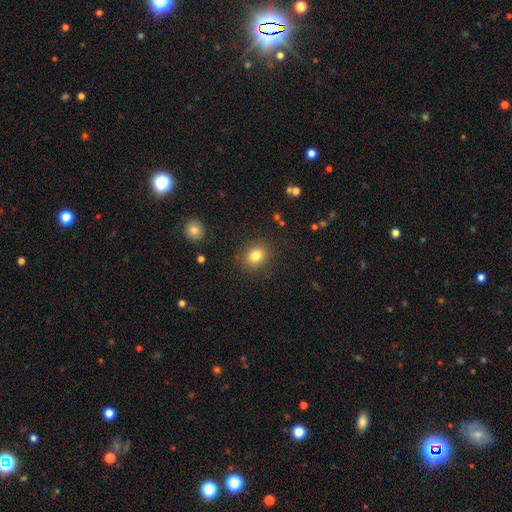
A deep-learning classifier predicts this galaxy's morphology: The model was most divided on "how rounded": round: 64%, in between: 35%, cigar-shaped: 1%. More confident: merging — none (87%); smooth or featured — smooth (82%).